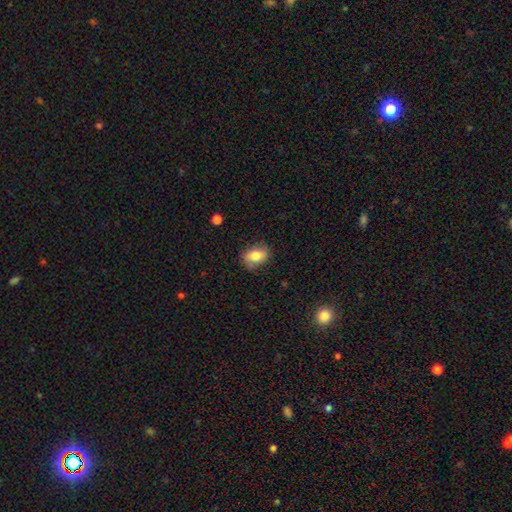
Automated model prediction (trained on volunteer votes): Smooth or featured?
  - smooth: 78% *
  - featured or disk: 14%
  - star or artifact: 8%
How rounded?
  - in between: 74% *
  - round: 25%
  - cigar-shaped: 2%
Merging?
  - none: 80% *
  - minor disturbance: 15%
  - major disturbance: 4%
  - merger: 1%